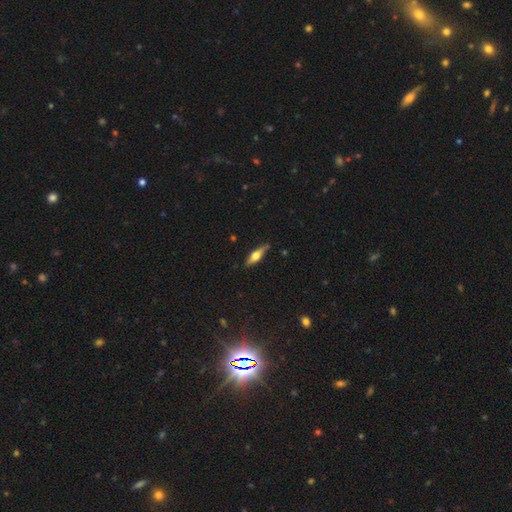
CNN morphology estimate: type=featured or disk (51%); edge-on=yes (91%); merging=none (82%).